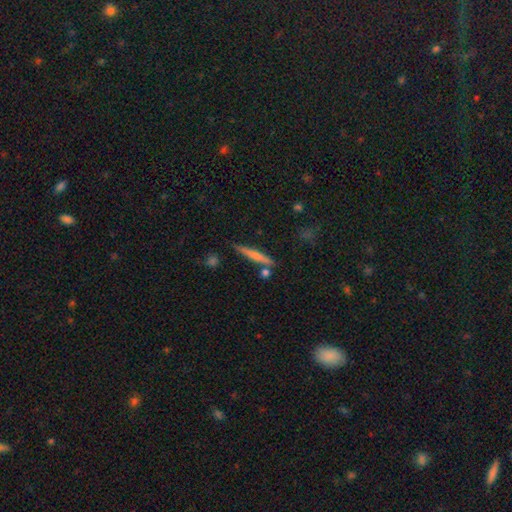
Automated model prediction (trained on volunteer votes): This appears to be a smooth galaxy with no disk features (56%) that is cigar-shaped (94%). Merging: none (80%).